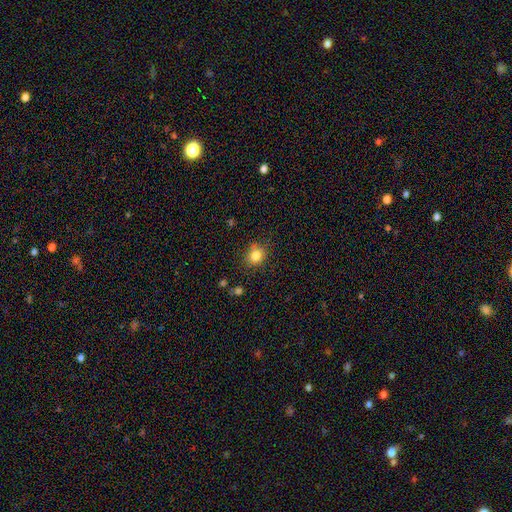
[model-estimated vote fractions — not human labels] The model was most divided on "how rounded": round: 71%, in between: 28%, cigar-shaped: 1%. More confident: smooth or featured — smooth (82%); merging — none (78%).